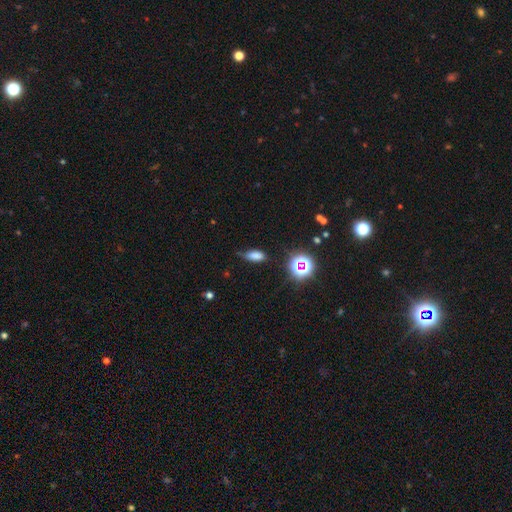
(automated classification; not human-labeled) smooth_or_featured: smooth (p=0.75) [alt: star or artifact p=0.18]
how_rounded: in between (p=0.78) [alt: cigar-shaped p=0.14]
merging: none (p=0.61) [alt: minor disturbance p=0.29]